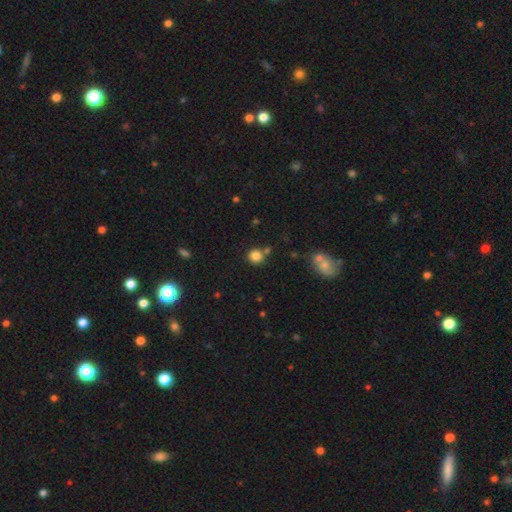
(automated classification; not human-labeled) This is clearly a smooth galaxy (83%). How rounded: clearly round (91%). Merging: likely none (75%).